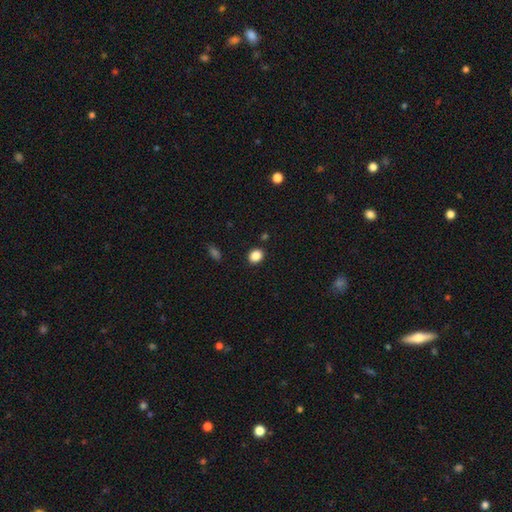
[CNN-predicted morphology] Overall: smooth (86%). How rounded: round (53%; in between 46%). Merging: none (88%).